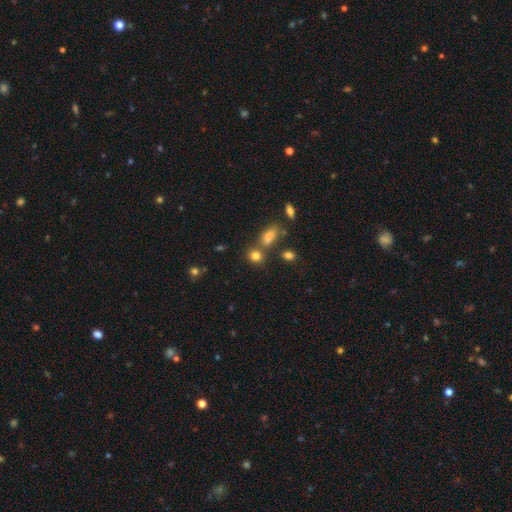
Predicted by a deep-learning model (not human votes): Morphology: type=smooth (80%); roundness=round (65%); merging=none (60%).